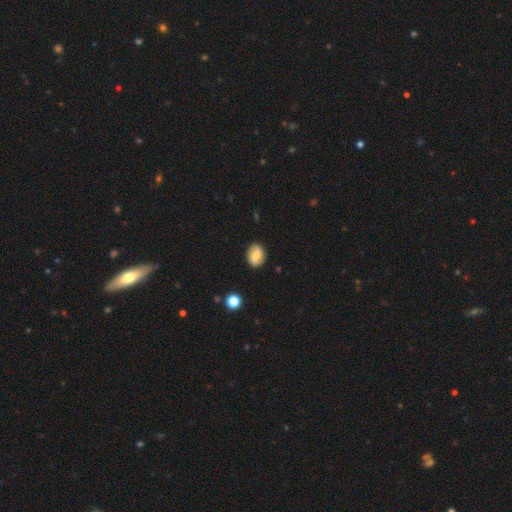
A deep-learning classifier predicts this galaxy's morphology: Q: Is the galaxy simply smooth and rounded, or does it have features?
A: smooth — 54%.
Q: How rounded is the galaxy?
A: in between — 63%.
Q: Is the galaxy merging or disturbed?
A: none — 86%.